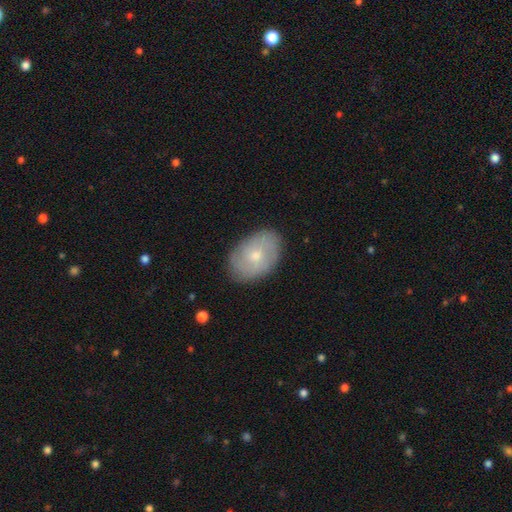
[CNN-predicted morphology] This is possibly a smooth galaxy (49%). Merging: clearly none (82%).